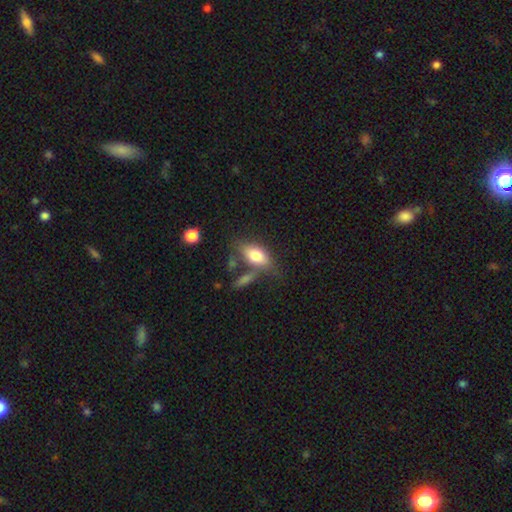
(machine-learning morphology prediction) Smooth or featured: smooth — 75% (featured or disk — 18%)
How rounded: in between — 87% (round — 6%)
Merging: none — 55% (minor disturbance — 19%)